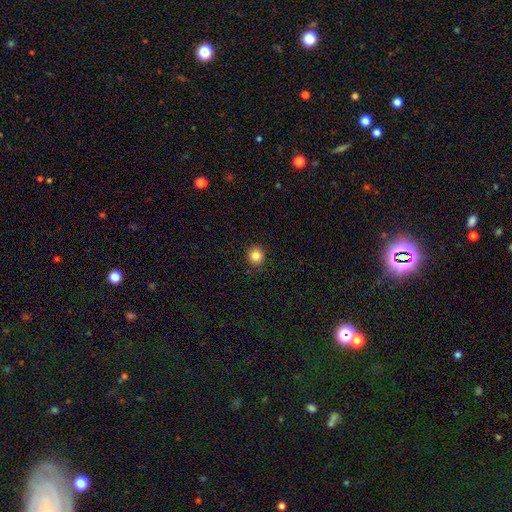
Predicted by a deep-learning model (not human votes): Morphology: type=smooth (85%); roundness=round (93%); merging=none (91%).